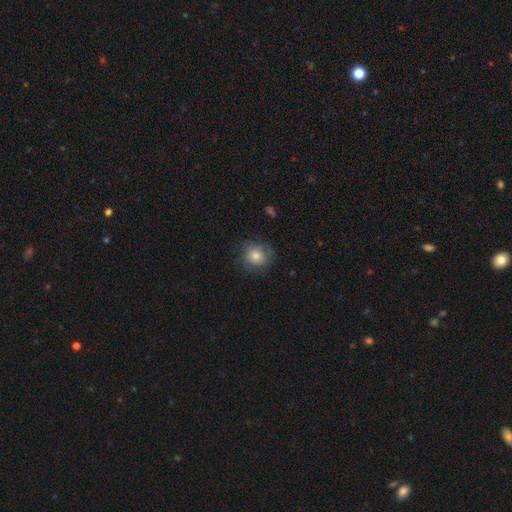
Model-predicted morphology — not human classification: Overall: smooth (63%; featured or disk 26%). How rounded: round (87%). Merging: none (74%).